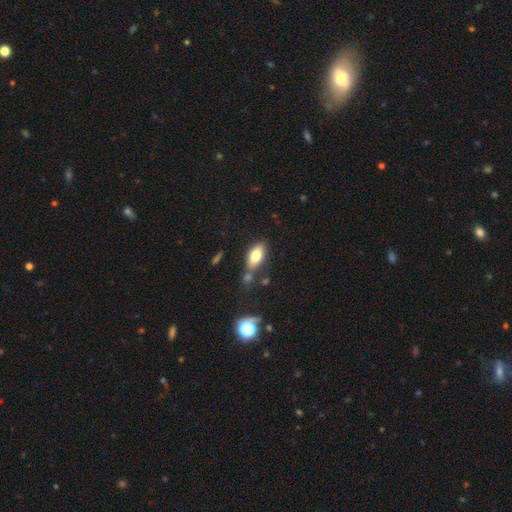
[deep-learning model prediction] A smooth galaxy with no disk features (75%) that is in between round and cigar-shaped (85%). Merging: none (65%).